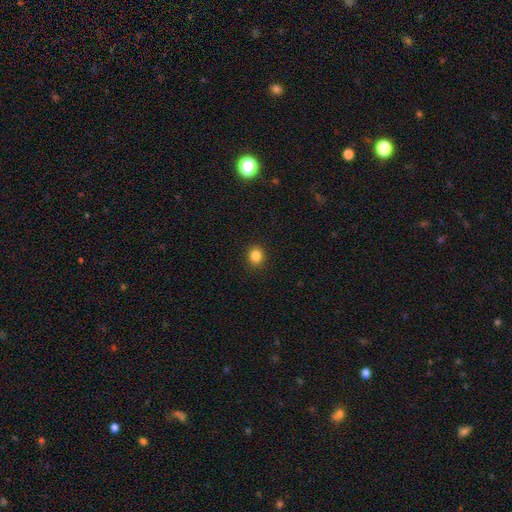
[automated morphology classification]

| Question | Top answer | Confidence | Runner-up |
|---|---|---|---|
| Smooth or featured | smooth | 85% | star or artifact (11%) |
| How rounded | round | 80% | in between (19%) |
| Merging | none | 91% | minor disturbance (6%) |